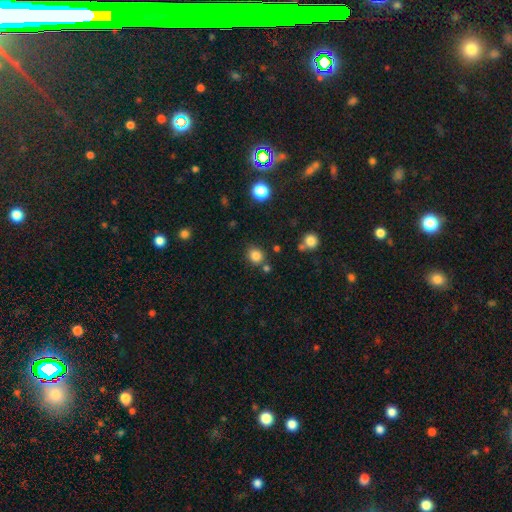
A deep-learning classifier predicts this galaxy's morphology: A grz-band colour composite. It shows a smooth galaxy with no disk features (83%) that is round (79%). Merging: none (80%).